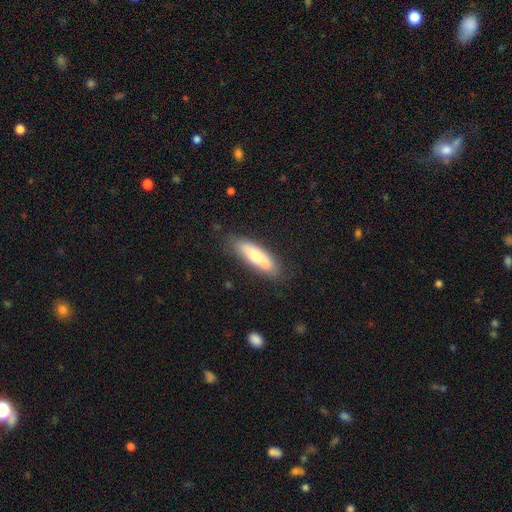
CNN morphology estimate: Overall: smooth (66%; featured or disk 27%). How rounded: cigar-shaped (60%; in between 38%). Merging: none (65%).